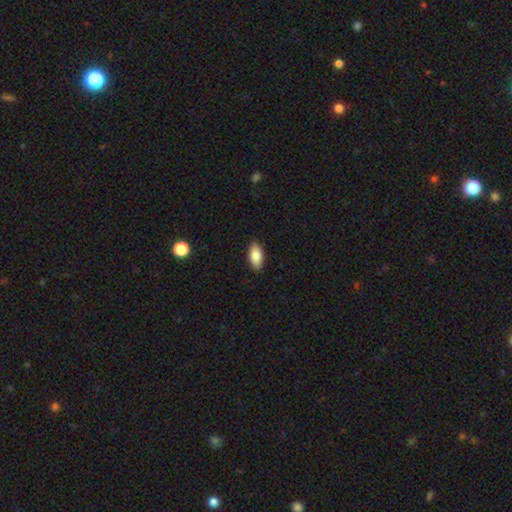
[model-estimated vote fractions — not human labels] Smooth or featured? Predicted: smooth (p=0.83). How rounded? Predicted: in between (p=0.90). Merging? Predicted: none (p=0.89).